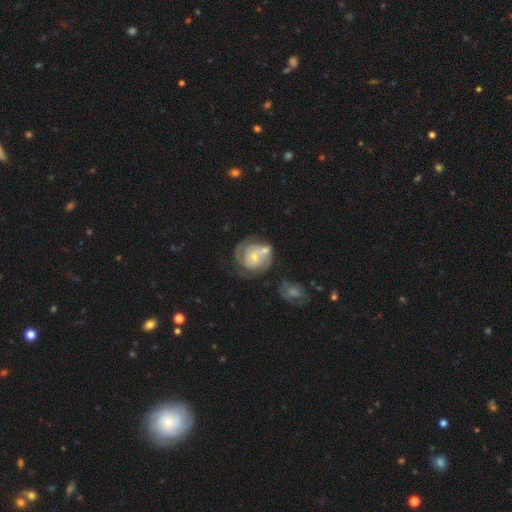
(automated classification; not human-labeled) featured or disk 74%, smooth 20%, star or artifact 6%. Down the decision tree: edge-on disk — no (98%); bar — no (66%); spiral arms — yes (87%); spiral arm count — 2 (42%); spiral winding — tight (57%); bulge size — small (60%); merging — none (41%).